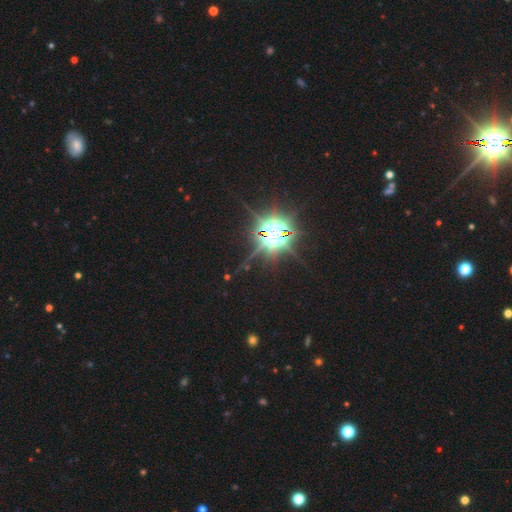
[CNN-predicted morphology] The model was most divided on "smooth or featured": star or artifact: 86%, smooth: 8%, featured or disk: 5%.